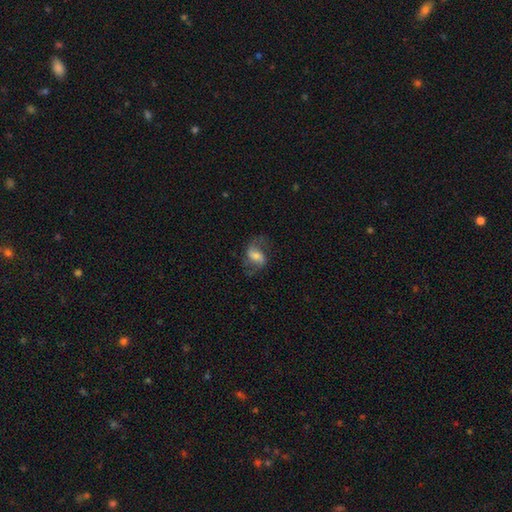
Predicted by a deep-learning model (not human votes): A featured or disk galaxy (58%) with a weak bar (44%), spiral arms (88%) and a moderate central bulge (40%).

Vote fractions:
- Smooth or featured? featured or disk: 58% / smooth: 33% / star or artifact: 9%
- Edge-on disk? no: 96% / yes: 4%
- Bar? weak: 44% / no: 29% / strong: 27%
- Spiral arms? yes: 88% / no: 12%
- Bulge size? moderate: 40% / small: 28% / large: 18% / none: 11% / dominant: 3%
- Merging? none: 62% / minor disturbance: 20% / major disturbance: 17% / merger: 2%